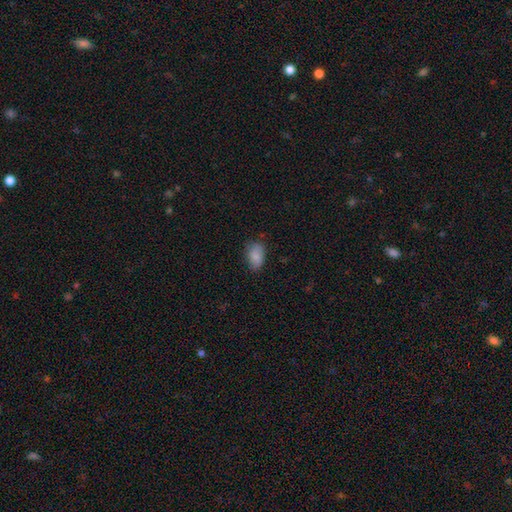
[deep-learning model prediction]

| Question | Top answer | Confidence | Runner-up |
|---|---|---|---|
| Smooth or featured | smooth | 85% | star or artifact (8%) |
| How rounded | in between | 90% | round (8%) |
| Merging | none | 70% | minor disturbance (23%) |